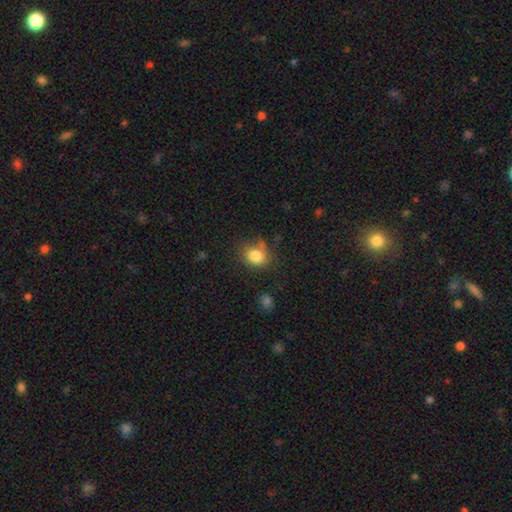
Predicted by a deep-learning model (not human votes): Smooth or featured? Predicted: smooth (p=0.82). How rounded? Predicted: round (p=0.54). Merging? Predicted: none (p=0.64).